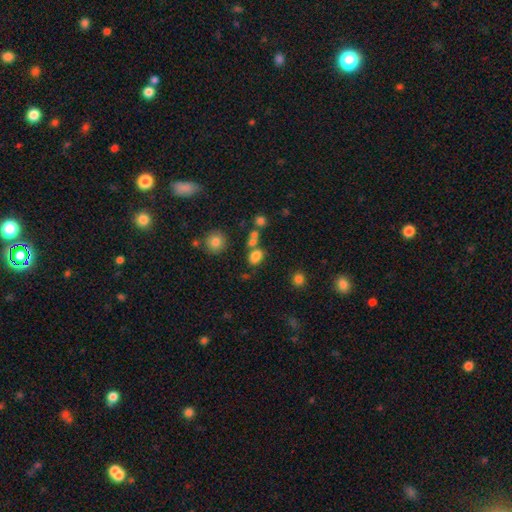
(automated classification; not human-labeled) This appears to be a smooth galaxy with no disk features (78%) that is in between round and cigar-shaped (65%). Merging: none (57%).